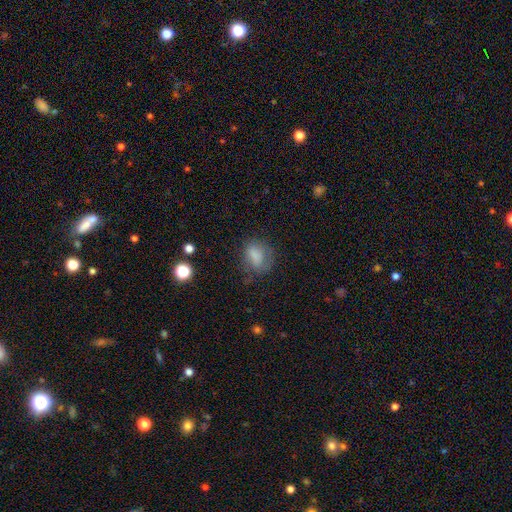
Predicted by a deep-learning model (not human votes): A smooth galaxy with no disk features (78%) that is in between round and cigar-shaped (64%).

Vote fractions:
- Smooth or featured? smooth: 78% / featured or disk: 12% / star or artifact: 10%
- How rounded? in between: 64% / round: 34% / cigar-shaped: 2%
- Merging? none: 54% / minor disturbance: 27% / major disturbance: 16% / merger: 2%